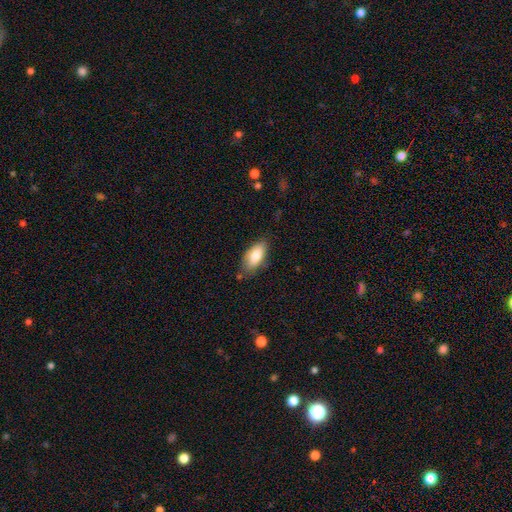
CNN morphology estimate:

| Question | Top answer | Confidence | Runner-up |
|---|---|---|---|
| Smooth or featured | smooth | 81% | featured or disk (12%) |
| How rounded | in between | 88% | cigar-shaped (10%) |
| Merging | none | 73% | minor disturbance (21%) |